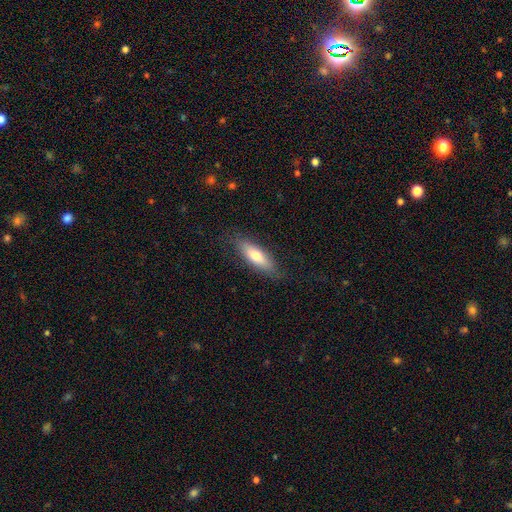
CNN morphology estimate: Smooth or featured?
  - smooth: 70% *
  - featured or disk: 24%
  - star or artifact: 6%
How rounded?
  - in between: 51% *
  - cigar-shaped: 47%
  - round: 2%
Merging?
  - none: 82% *
  - minor disturbance: 13%
  - major disturbance: 4%
  - merger: 1%